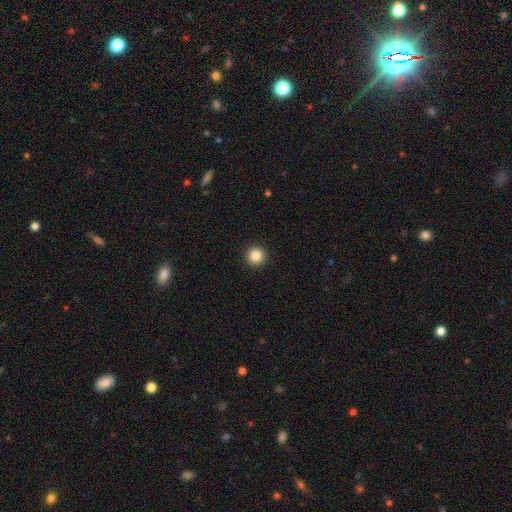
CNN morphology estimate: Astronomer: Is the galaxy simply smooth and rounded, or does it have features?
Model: smooth — 86%.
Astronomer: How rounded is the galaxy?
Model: round — 96%.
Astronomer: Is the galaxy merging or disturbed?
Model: none — 93%.